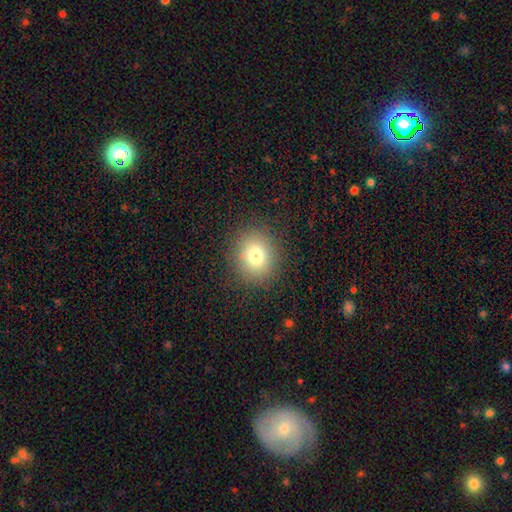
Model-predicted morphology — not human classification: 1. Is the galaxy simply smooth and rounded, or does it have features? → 77% smooth, 13% star or artifact, 10% featured or disk.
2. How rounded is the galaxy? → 84% round, 15% in between, 1% cigar-shaped.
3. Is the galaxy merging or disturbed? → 88% none, 7% minor disturbance, 3% major disturbance, 1% merger.